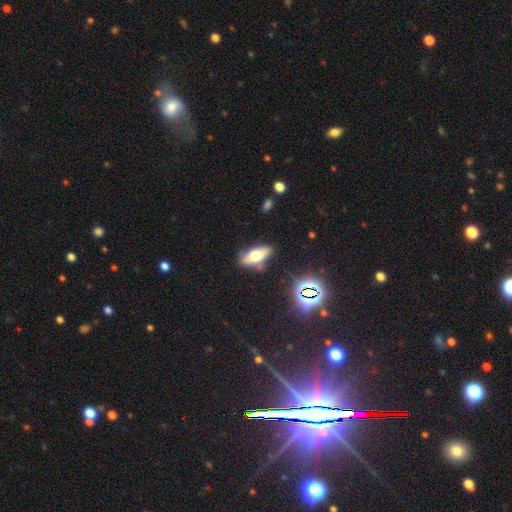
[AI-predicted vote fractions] The model was most divided on "smooth or featured": smooth: 55%, featured or disk: 32%, star or artifact: 13%. More confident: how rounded — in between (77%); merging — none (73%).